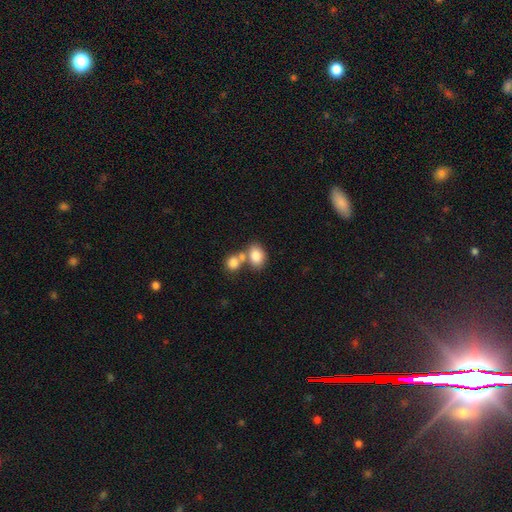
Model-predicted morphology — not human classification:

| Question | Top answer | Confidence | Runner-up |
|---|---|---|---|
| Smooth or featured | smooth | 81% | featured or disk (10%) |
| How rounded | in between | 69% | round (30%) |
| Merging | merger | 44% | none (42%) |